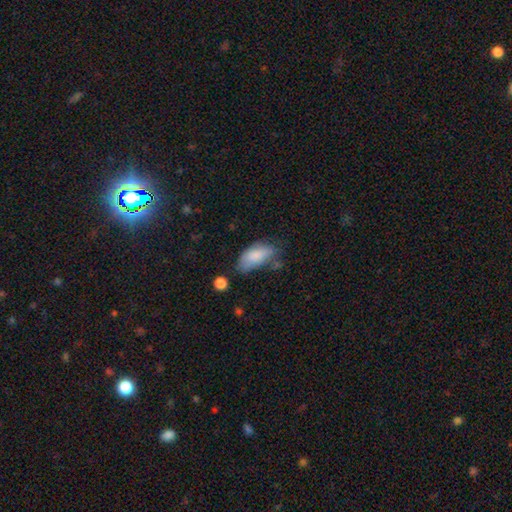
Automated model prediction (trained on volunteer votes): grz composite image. It shows a smooth galaxy with no disk features (82%) that is in between round and cigar-shaped (91%). Merging: none (47%).